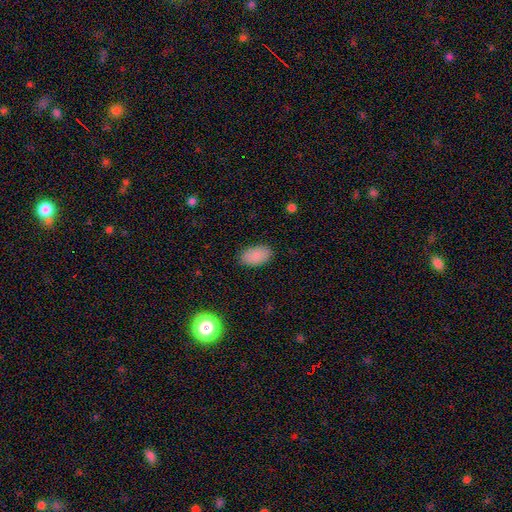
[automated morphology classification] A smooth galaxy with no disk features (88%) that is in between round and cigar-shaped (94%). Merging: none (86%).